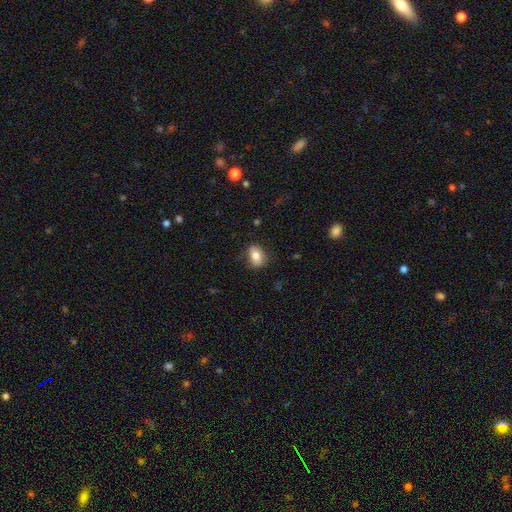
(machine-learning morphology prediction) Smooth or featured?
  - smooth: 78% *
  - featured or disk: 14%
  - star or artifact: 8%
How rounded?
  - in between: 80% *
  - round: 18%
  - cigar-shaped: 2%
Merging?
  - none: 81% *
  - minor disturbance: 14%
  - major disturbance: 3%
  - merger: 1%